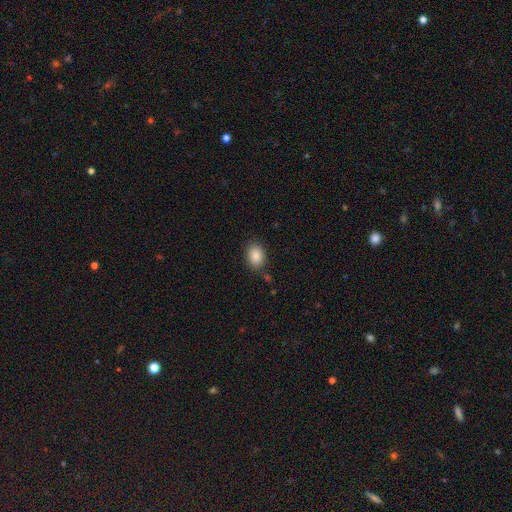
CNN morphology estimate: Smooth or featured: smooth — 88% (star or artifact — 8%)
How rounded: in between — 72% (round — 27%)
Merging: none — 82% (minor disturbance — 12%)